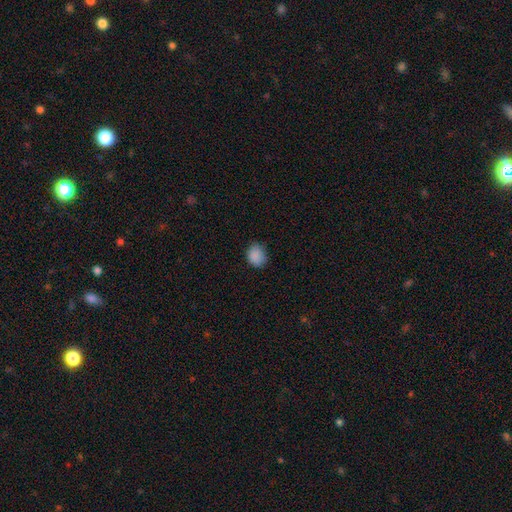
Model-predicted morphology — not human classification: A smooth galaxy with no disk features (88%) that is round (53%).

Vote fractions:
- Smooth or featured? smooth: 88% / star or artifact: 9% / featured or disk: 3%
- How rounded? round: 53% / in between: 46% / cigar-shaped: 1%
- Merging? none: 75% / minor disturbance: 21% / major disturbance: 3% / merger: 1%